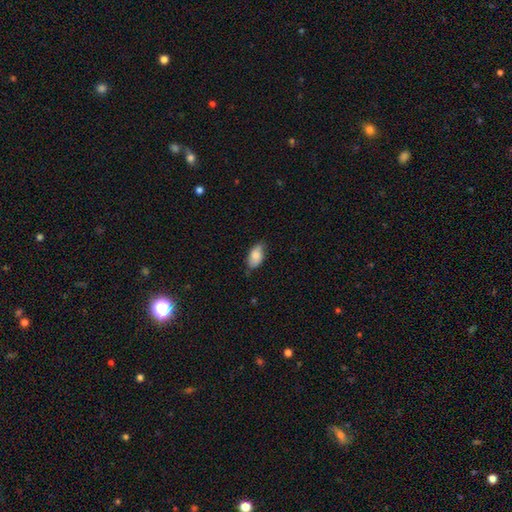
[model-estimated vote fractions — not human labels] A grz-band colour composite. It shows a smooth galaxy with no disk features (82%) that is in between round and cigar-shaped (93%). Merging: none (71%).